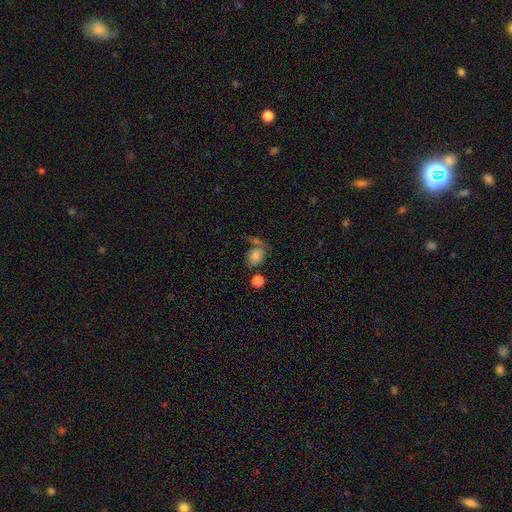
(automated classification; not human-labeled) Morphology: type=smooth (78%); roundness=in between (62%); merging=none (42%).